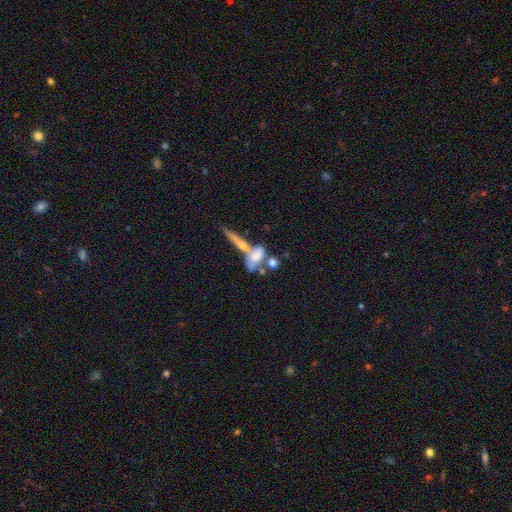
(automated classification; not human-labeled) Overall: smooth (50%; featured or disk 40%). Merging: merger (56%; none 22%).